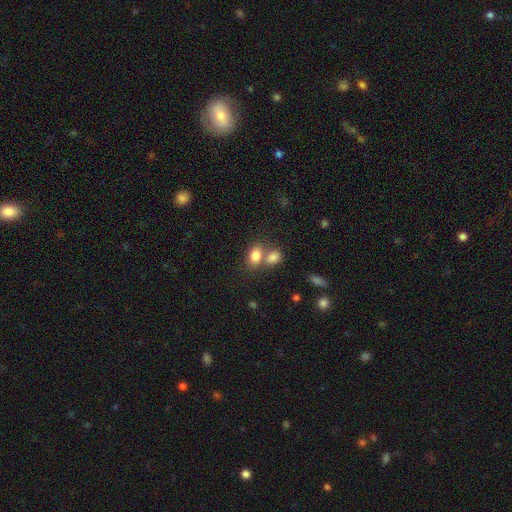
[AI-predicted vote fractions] A smooth galaxy with no disk features (81%) that is in between round and cigar-shaped (77%). Merging: merger (46%).